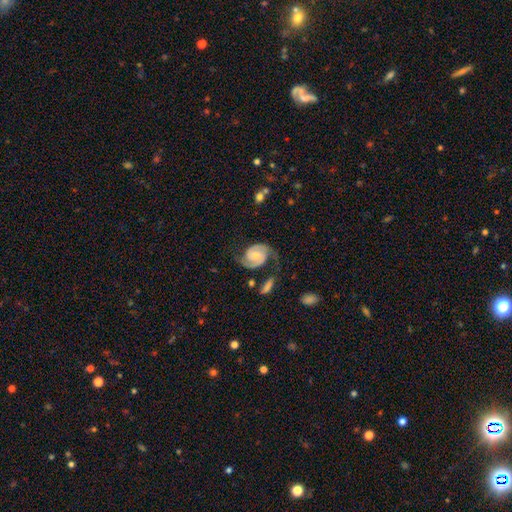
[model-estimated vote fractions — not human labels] The model was most divided on "bulge size": small: 48%, moderate: 35%, none: 12%, large: 4%, dominant: 1%. More confident: edge-on disk — no (98%); spiral arms — yes (98%); spiral arm count — 2 (93%); smooth or featured — featured or disk (88%); merging — none (70%); bar — no (53%); spiral winding — medium (51%).